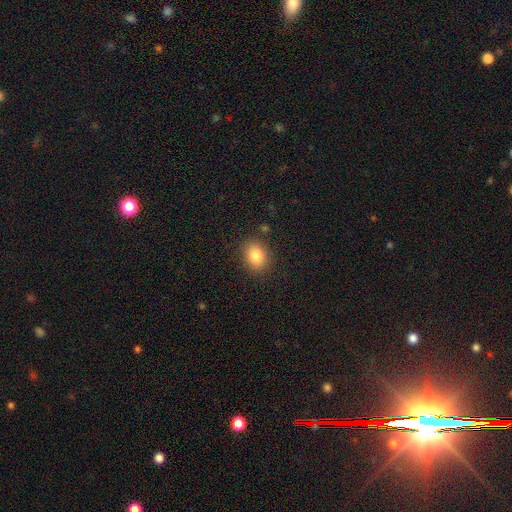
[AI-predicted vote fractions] Smooth or featured? smooth (83%)
How rounded? in between (60%)
Merging? none (86%)